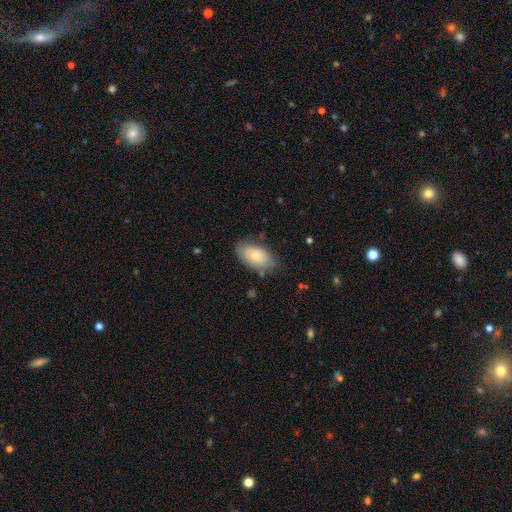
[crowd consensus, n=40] This is likely a smooth galaxy (78%). How rounded: clearly in between (90%). Merging: possibly minor disturbance (52%).